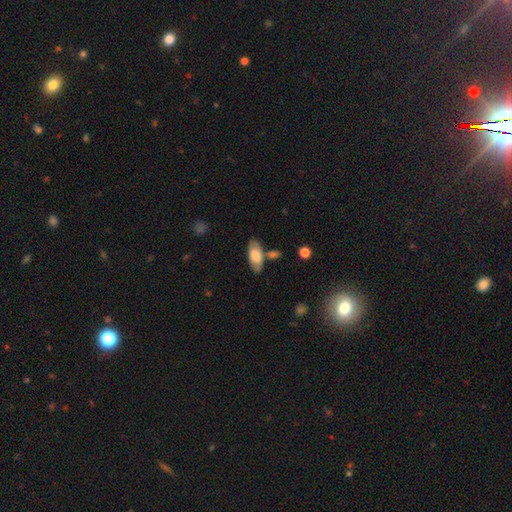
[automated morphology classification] Smooth or featured: smooth — 64% (featured or disk — 30%)
How rounded: in between — 86% (cigar-shaped — 11%)
Merging: none — 69% (minor disturbance — 16%)